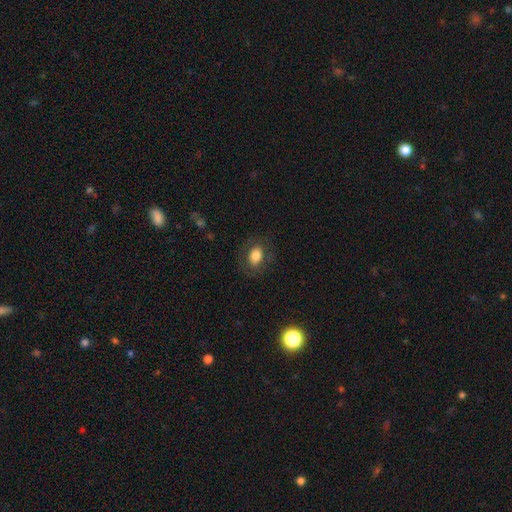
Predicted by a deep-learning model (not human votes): Smooth or featured: smooth — 77% (featured or disk — 14%)
How rounded: in between — 77% (round — 22%)
Merging: none — 81% (minor disturbance — 12%)